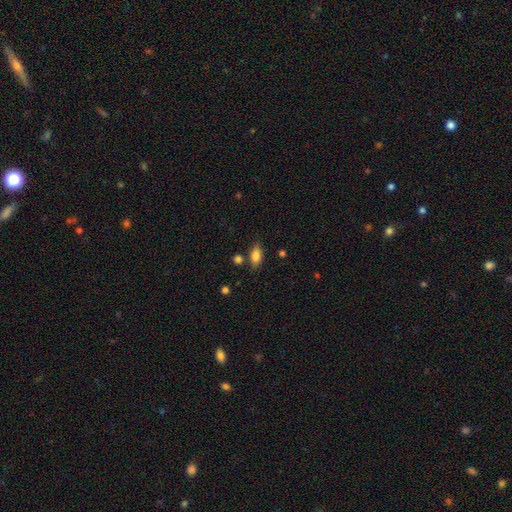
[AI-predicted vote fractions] Q: Smooth or featured?
A: smooth (82%); runner-up: featured or disk (10%)
Q: How rounded?
A: in between (86%); runner-up: cigar-shaped (8%)
Q: Merging?
A: none (76%); runner-up: minor disturbance (15%)